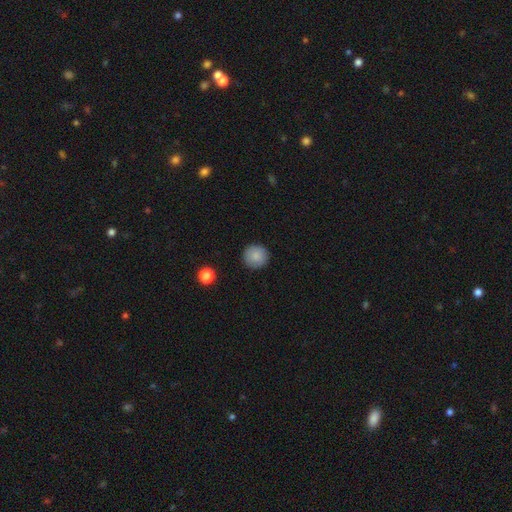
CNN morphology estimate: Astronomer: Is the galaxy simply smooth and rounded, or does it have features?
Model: smooth — 85%.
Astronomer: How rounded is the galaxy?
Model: round — 94%.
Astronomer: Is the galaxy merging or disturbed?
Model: none — 91%.